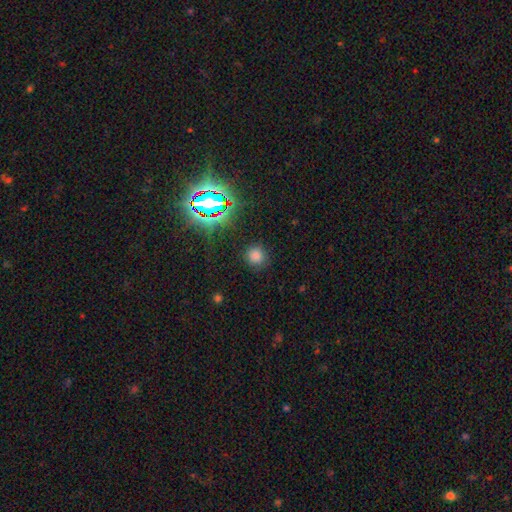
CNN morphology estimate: The model was most divided on "smooth or featured": smooth: 71%, star or artifact: 23%, featured or disk: 6%. More confident: how rounded — round (91%); merging — none (86%).